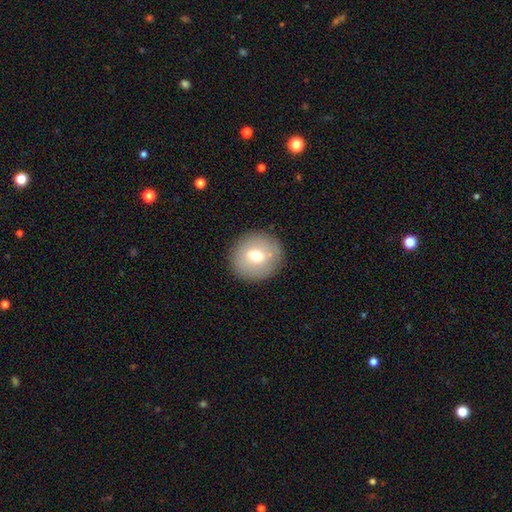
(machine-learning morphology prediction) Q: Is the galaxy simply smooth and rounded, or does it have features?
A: smooth — 66%.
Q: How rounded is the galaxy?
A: round — 86%.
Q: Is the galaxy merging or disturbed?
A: none — 87%.